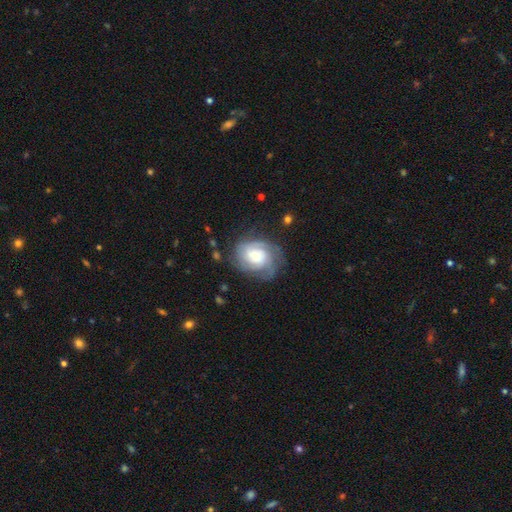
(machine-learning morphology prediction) This appears to be a featured or disk galaxy (73%) with no bar (65%), tight (59%) spiral arms (93%) and a small central bulge (35%, tied with moderate). Merging: none (66%).